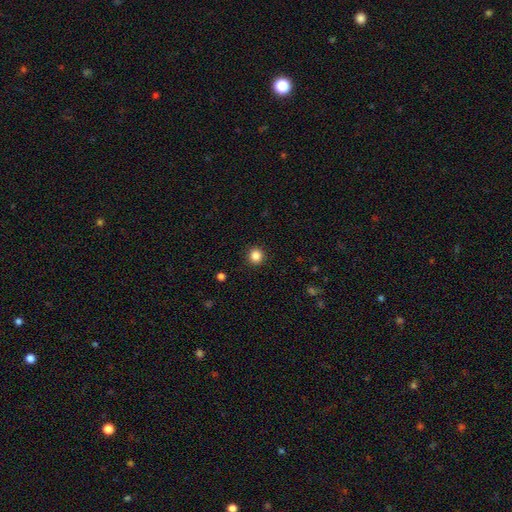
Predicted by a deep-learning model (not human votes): The model was most divided on "smooth or featured": smooth: 85%, star or artifact: 11%, featured or disk: 4%. More confident: merging — none (92%); how rounded — round (92%).